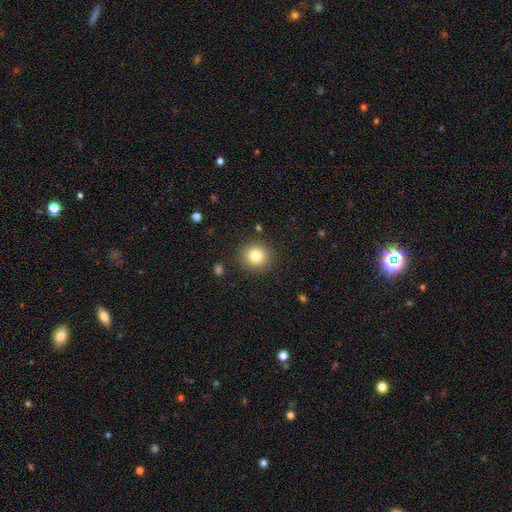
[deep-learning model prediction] Smooth or featured? Predicted: smooth (p=0.82). How rounded? Predicted: round (p=0.89). Merging? Predicted: none (p=0.88).